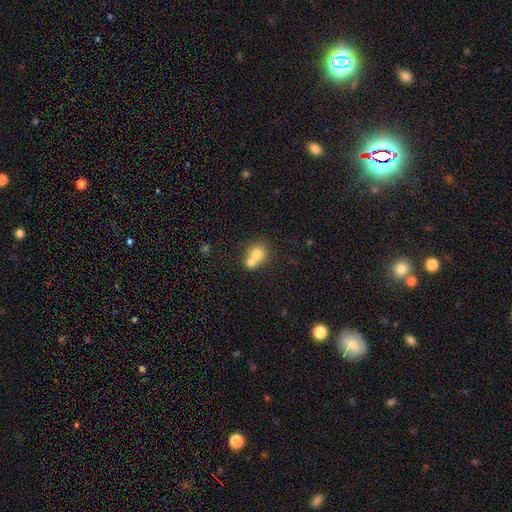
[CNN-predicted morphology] smooth 73%, featured or disk 17%, star or artifact 10%. Down the decision tree: how rounded — round (75%); merging — merger (64%).